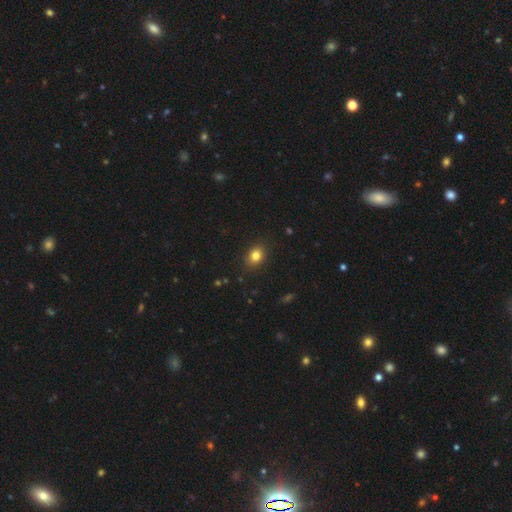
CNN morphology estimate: Smooth or featured: smooth — 81% (star or artifact — 12%)
How rounded: in between — 53% (round — 46%)
Merging: none — 87% (minor disturbance — 9%)